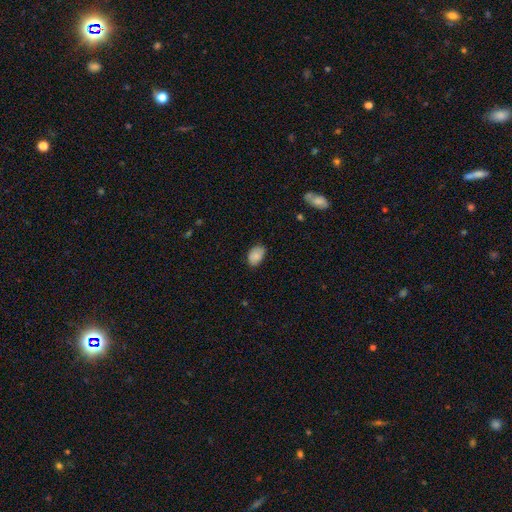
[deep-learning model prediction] smooth 85%, star or artifact 8%, featured or disk 7%. Down the decision tree: how rounded — in between (82%); merging — none (72%).